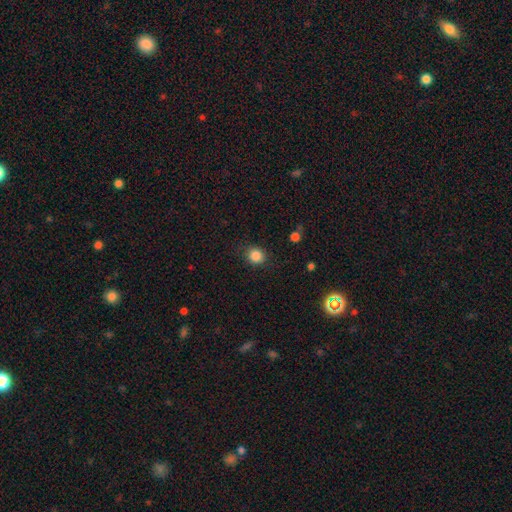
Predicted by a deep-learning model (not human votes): The model was most divided on "how rounded": round: 78%, in between: 21%, cigar-shaped: 1%. More confident: smooth or featured — smooth (85%); merging — none (85%).